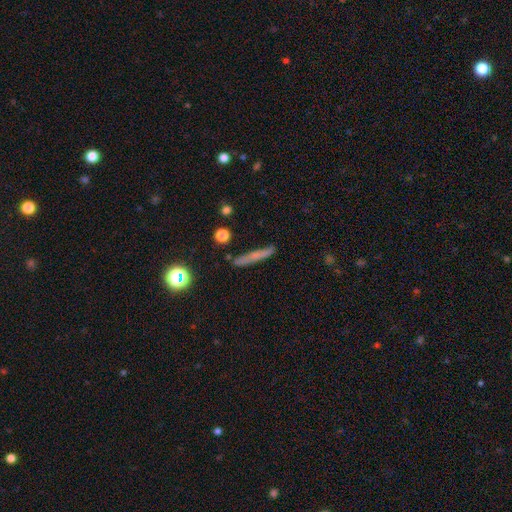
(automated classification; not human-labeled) Smooth or featured? smooth (57%)
How rounded? cigar-shaped (90%)
Merging? none (79%)